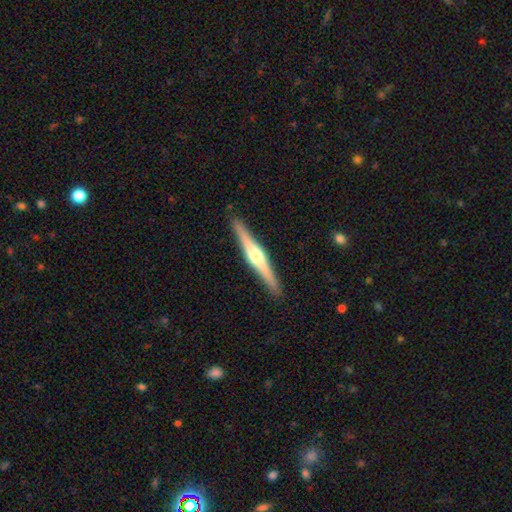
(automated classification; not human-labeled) smooth_or_featured: featured or disk (p=0.76) [alt: smooth p=0.19]
disk_edge_on: yes (p=0.98) [alt: no p=0.02]
edge_on_bulge: rounded (p=0.90) [alt: boxy p=0.06]
merging: none (p=0.91) [alt: minor disturbance p=0.06]